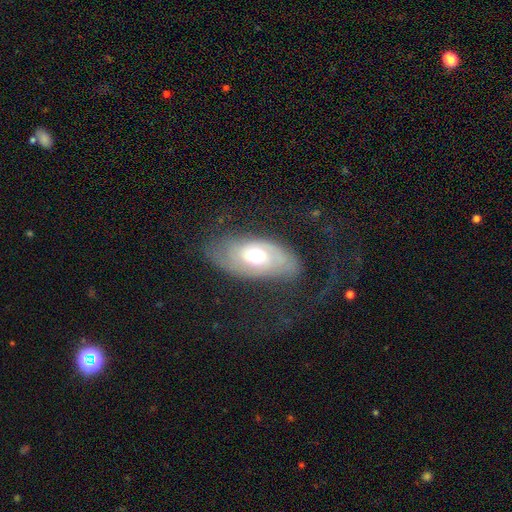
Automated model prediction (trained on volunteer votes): Smooth or featured? featured or disk (59%)
Edge-on disk? no (88%)
Bar? no (70%)
Spiral arms? yes (72%)
Bulge size? moderate (70%)
Merging? none (58%)